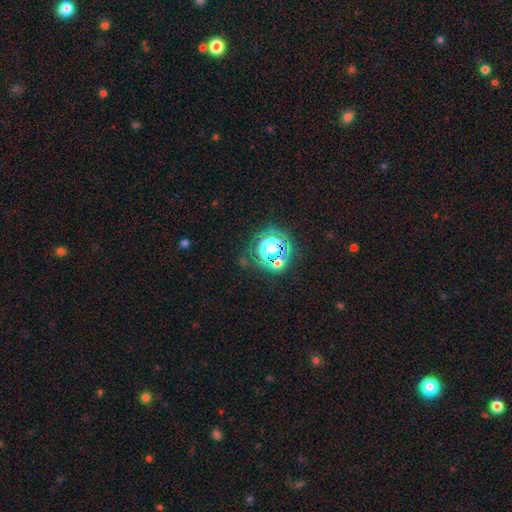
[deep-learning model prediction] This appears to be a star or artifact, not a galaxy (78%).